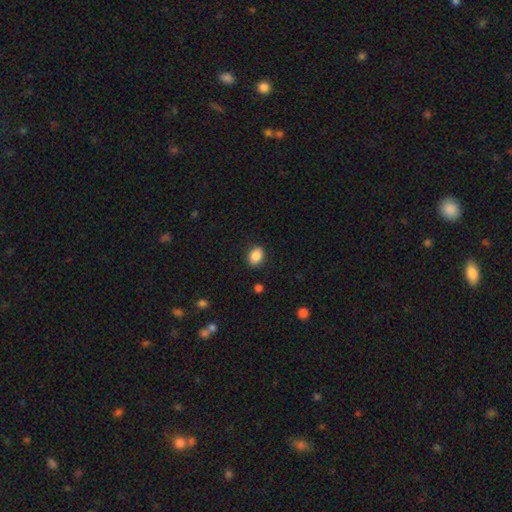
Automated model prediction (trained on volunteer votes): smooth 88%, star or artifact 9%, featured or disk 3%. Down the decision tree: how rounded — in between (71%); merging — none (88%).